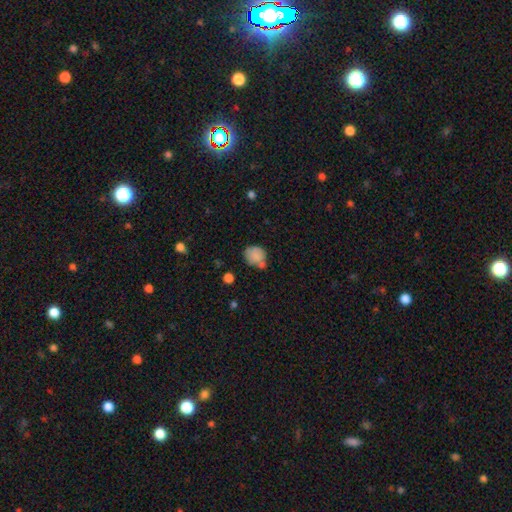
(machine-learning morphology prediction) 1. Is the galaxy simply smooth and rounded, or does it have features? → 82% smooth, 9% star or artifact, 9% featured or disk.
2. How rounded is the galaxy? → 72% round, 27% in between, 1% cigar-shaped.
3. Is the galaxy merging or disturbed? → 50% none, 22% merger, 21% minor disturbance, 7% major disturbance.